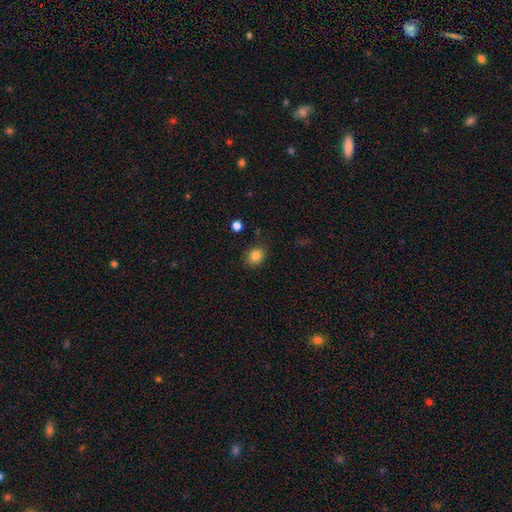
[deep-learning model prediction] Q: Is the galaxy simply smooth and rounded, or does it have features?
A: smooth — 83%.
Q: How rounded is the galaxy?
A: round — 61%.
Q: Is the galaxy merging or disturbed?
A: none — 86%.